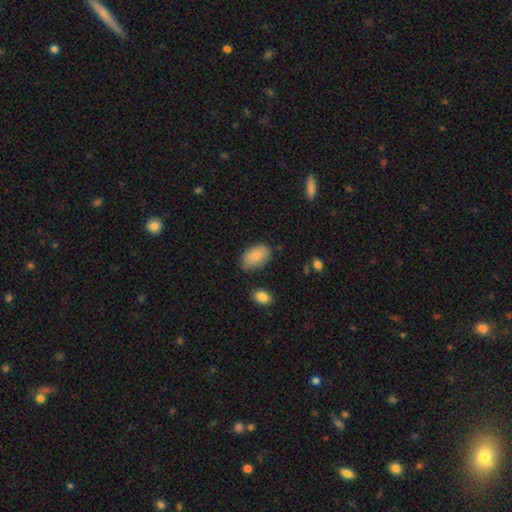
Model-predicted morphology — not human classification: smooth-or-featured: smooth: 86% | featured or disk: 8% | star or artifact: 7%
  how-rounded: in between: 92% | round: 7% | cigar-shaped: 1%
  merging: none: 78% | minor disturbance: 16% | major disturbance: 4% | merger: 2%